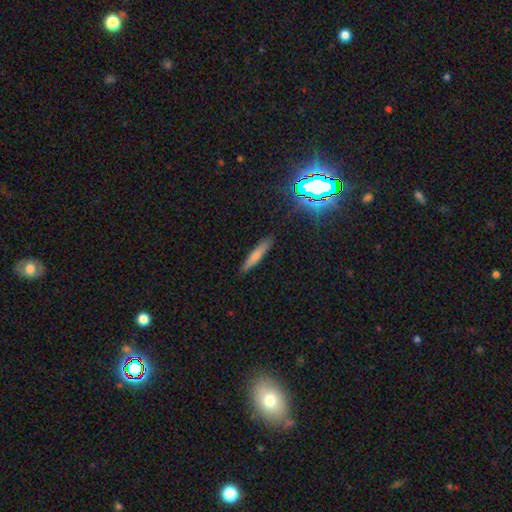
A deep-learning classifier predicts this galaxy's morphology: smooth-or-featured: smooth: 67% | featured or disk: 22% | star or artifact: 11%
  how-rounded: cigar-shaped: 90% | in between: 8% | round: 2%
  merging: none: 87% | minor disturbance: 9% | major disturbance: 2% | merger: 1%